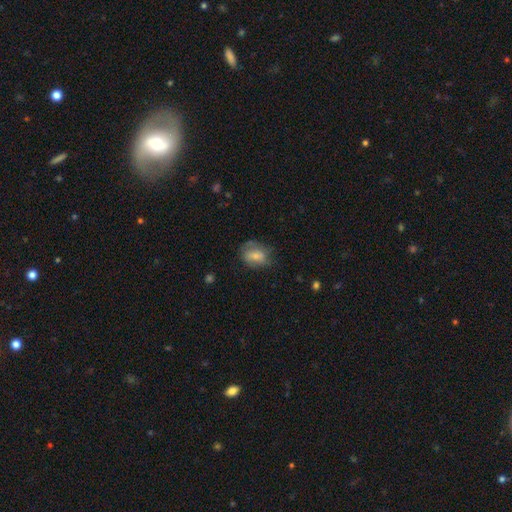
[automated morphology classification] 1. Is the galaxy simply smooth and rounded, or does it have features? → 67% smooth, 25% featured or disk, 8% star or artifact.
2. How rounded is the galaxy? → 67% in between, 31% round, 2% cigar-shaped.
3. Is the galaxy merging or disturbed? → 55% none, 28% minor disturbance, 15% major disturbance, 2% merger.